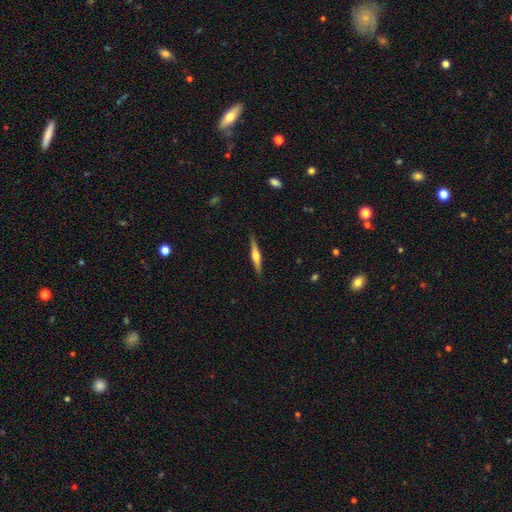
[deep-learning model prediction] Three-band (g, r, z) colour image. It shows a featured or disk galaxy (66%) viewed edge-on (98%) with a rounded central bulge (86%). Merging: none (88%).